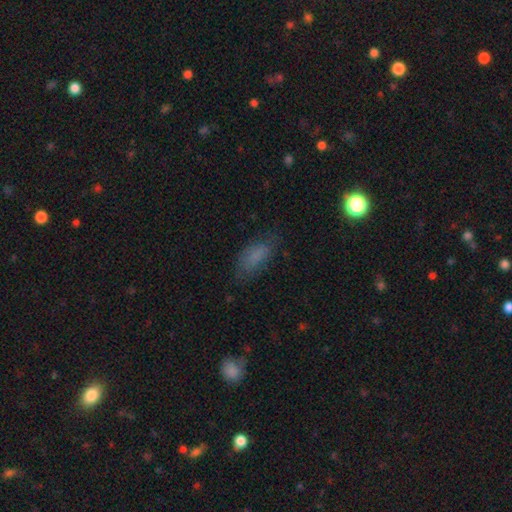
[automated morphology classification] Smooth or featured?
  - smooth: 75% *
  - featured or disk: 12%
  - star or artifact: 12%
How rounded?
  - in between: 82% *
  - cigar-shaped: 15%
  - round: 4%
Merging?
  - none: 65% *
  - minor disturbance: 23%
  - major disturbance: 10%
  - merger: 2%